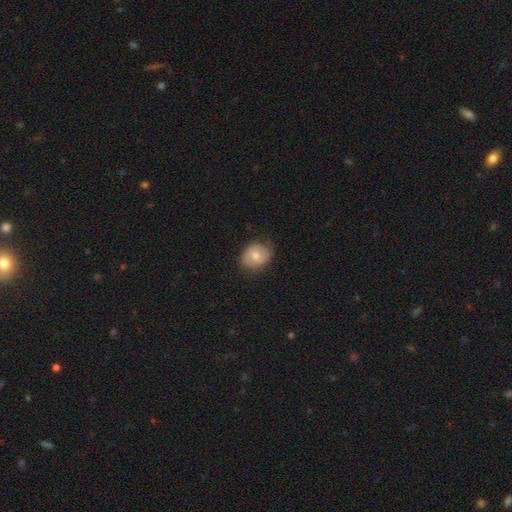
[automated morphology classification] smooth 54%, featured or disk 39%, star or artifact 7%. Down the decision tree: how rounded — in between (51%); merging — none (72%).